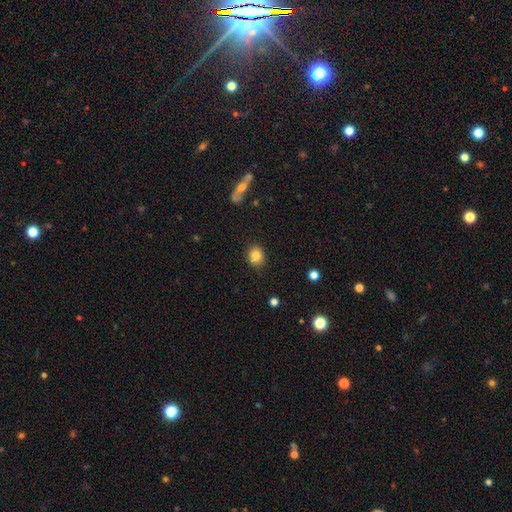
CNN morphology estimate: A smooth galaxy with no disk features (85%) that is round (72%).

Vote fractions:
- Smooth or featured? smooth: 85% / star or artifact: 9% / featured or disk: 6%
- How rounded? round: 72% / in between: 27% / cigar-shaped: 1%
- Merging? none: 87% / minor disturbance: 9% / major disturbance: 2% / merger: 1%